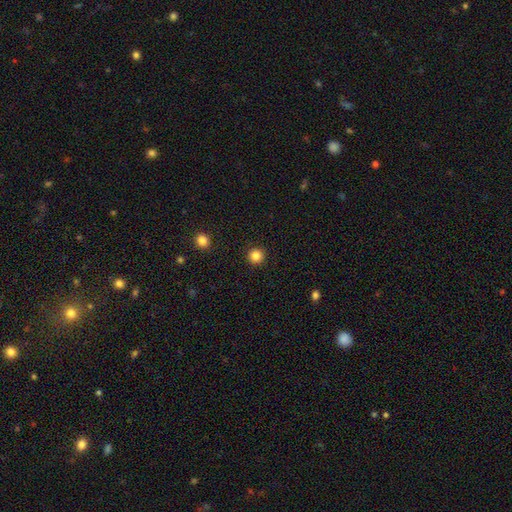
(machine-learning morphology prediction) smooth_or_featured: smooth (p=0.84) [alt: star or artifact p=0.12]
how_rounded: round (p=0.95) [alt: in between p=0.04]
merging: none (p=0.93) [alt: minor disturbance p=0.04]